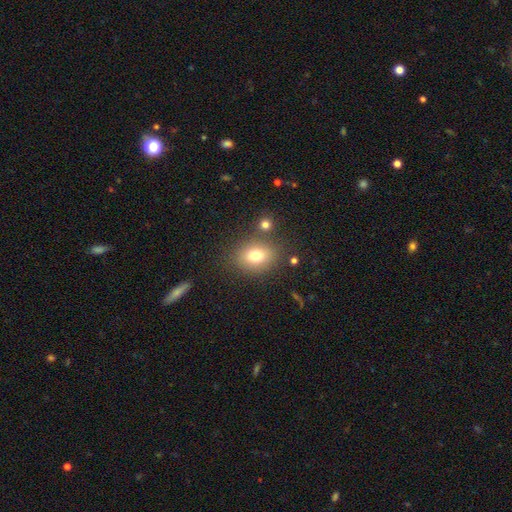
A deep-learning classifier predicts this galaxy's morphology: Q: Smooth or featured?
A: smooth (77%); runner-up: star or artifact (12%)
Q: How rounded?
A: in between (59%); runner-up: round (39%)
Q: Merging?
A: none (75%); runner-up: minor disturbance (12%)